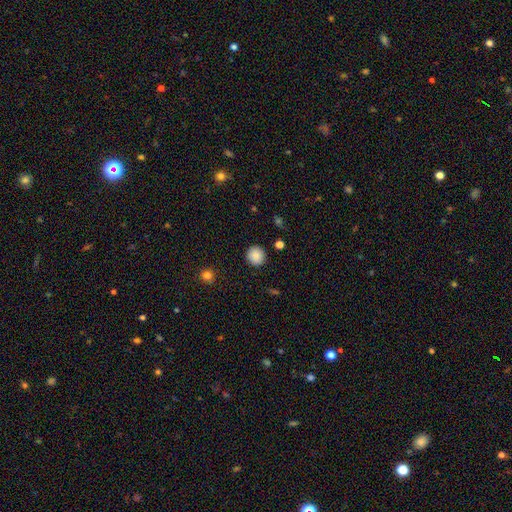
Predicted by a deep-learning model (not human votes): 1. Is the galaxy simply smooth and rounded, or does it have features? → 87% smooth, 9% star or artifact, 4% featured or disk.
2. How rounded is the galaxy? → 91% round, 8% in between, 1% cigar-shaped.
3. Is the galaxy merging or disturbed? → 91% none, 6% minor disturbance, 2% major disturbance, 1% merger.